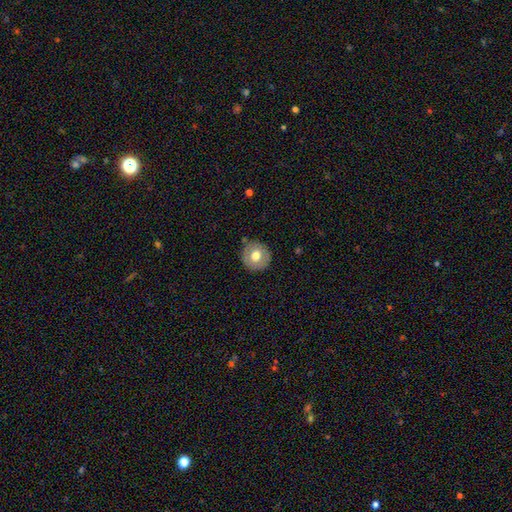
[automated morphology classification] Q: Smooth or featured?
A: smooth (69%); runner-up: featured or disk (23%)
Q: How rounded?
A: round (93%); runner-up: in between (6%)
Q: Merging?
A: none (87%); runner-up: minor disturbance (9%)